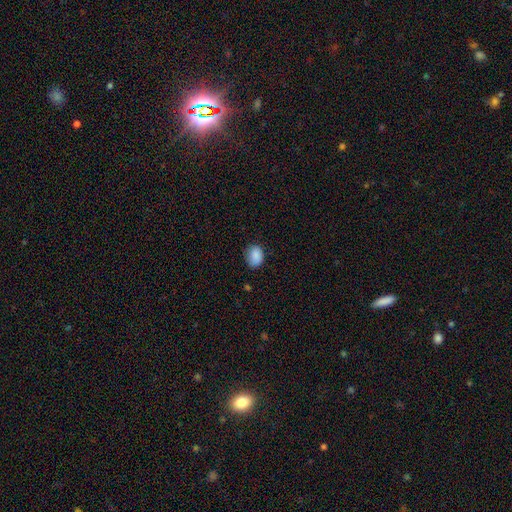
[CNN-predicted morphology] This is clearly a smooth galaxy (88%). How rounded: likely in between (67%). Merging: likely none (73%).